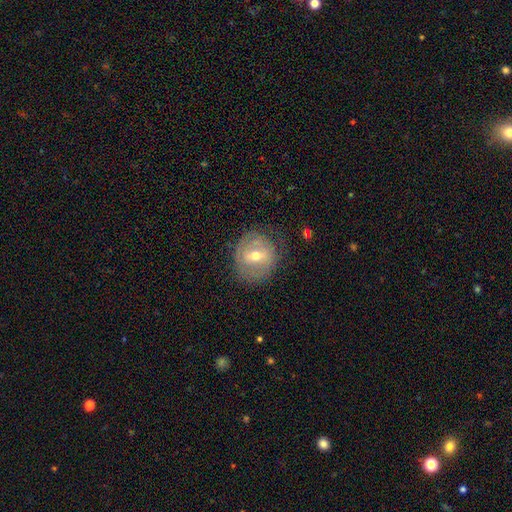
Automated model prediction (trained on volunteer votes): Overall: featured or disk (59%; smooth 33%). Edge-on disk: no (94%). Bar: weak (49%; strong 27%). Spiral arms: yes (52%; no 48%). Bulge size: moderate (67%). Merging: none (74%).